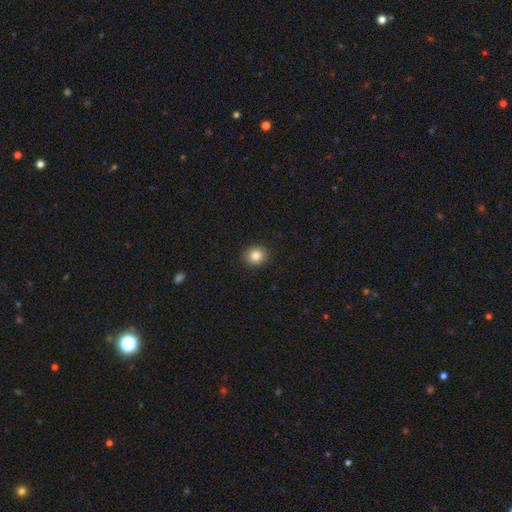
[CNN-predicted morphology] Overall: smooth (84%). How rounded: round (82%). Merging: none (91%).